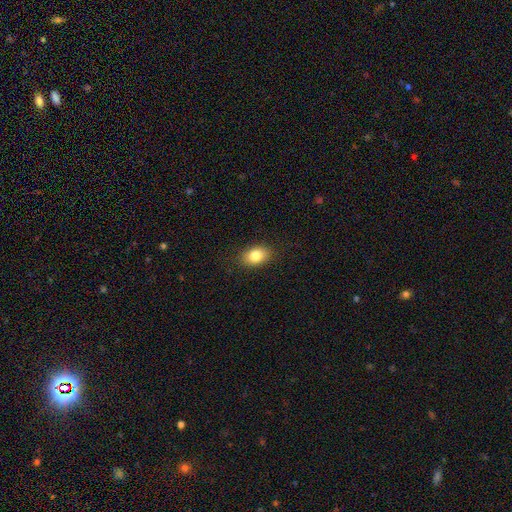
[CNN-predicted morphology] This is clearly a smooth galaxy (83%). How rounded: clearly in between (81%). Merging: clearly none (87%).